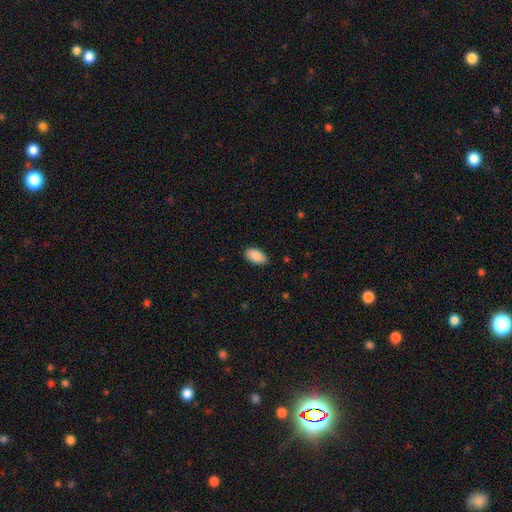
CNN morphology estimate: smooth_or_featured: smooth (p=0.90) [alt: star or artifact p=0.07]
how_rounded: in between (p=0.95) [alt: round p=0.03]
merging: none (p=0.85) [alt: minor disturbance p=0.12]